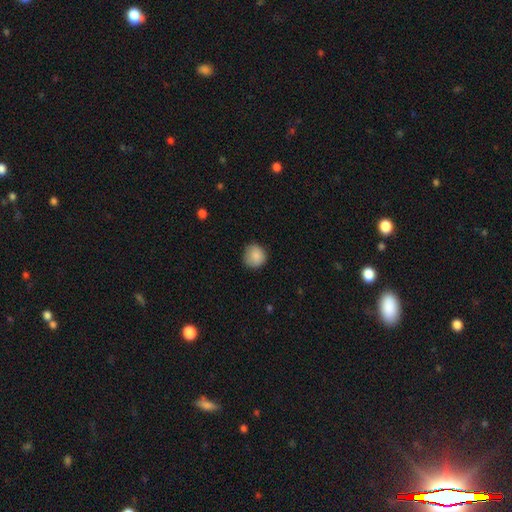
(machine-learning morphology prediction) Smooth or featured: smooth — 86% (star or artifact — 8%)
How rounded: round — 88% (in between — 11%)
Merging: none — 78% (minor disturbance — 18%)